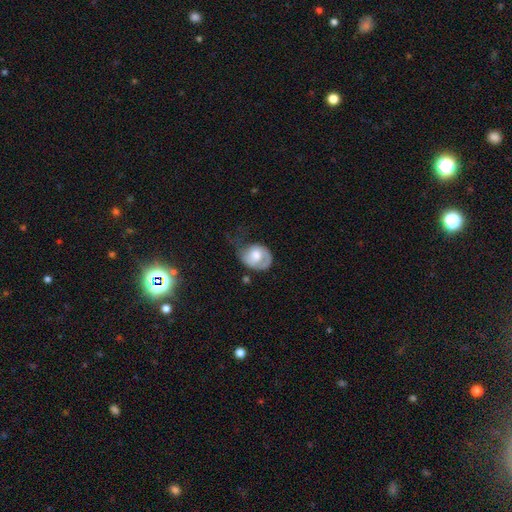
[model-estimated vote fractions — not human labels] A featured or disk galaxy (50%). Merging: major disturbance (36%).